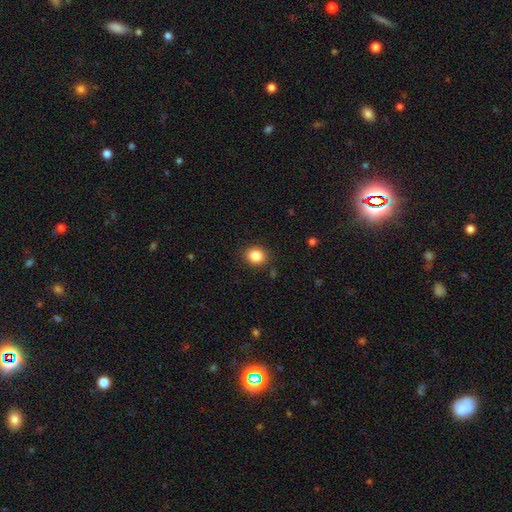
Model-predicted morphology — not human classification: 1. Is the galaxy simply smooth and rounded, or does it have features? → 86% smooth, 10% star or artifact, 4% featured or disk.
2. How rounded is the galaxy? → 74% round, 25% in between, 1% cigar-shaped.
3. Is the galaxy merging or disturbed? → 89% none, 7% minor disturbance, 2% major disturbance, 1% merger.